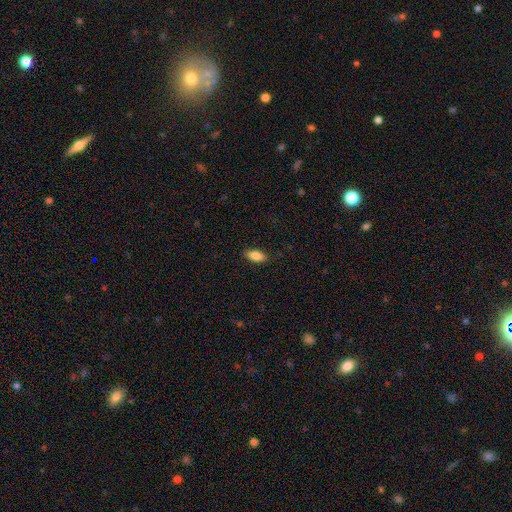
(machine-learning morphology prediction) This is clearly a smooth galaxy (85%). How rounded: clearly in between (88%). Merging: clearly none (86%).